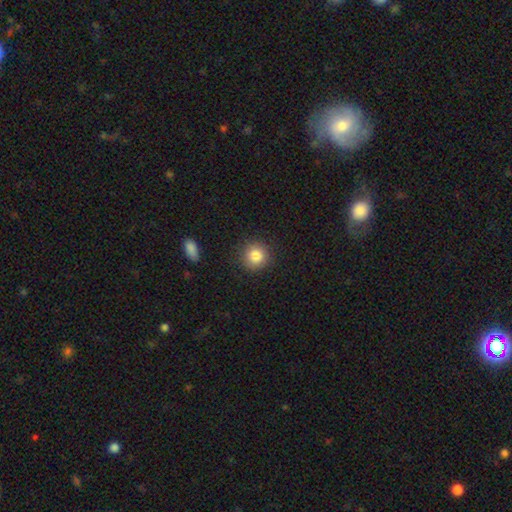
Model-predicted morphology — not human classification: Smooth or featured: smooth — 84% (star or artifact — 10%)
How rounded: round — 91% (in between — 8%)
Merging: none — 87% (minor disturbance — 9%)